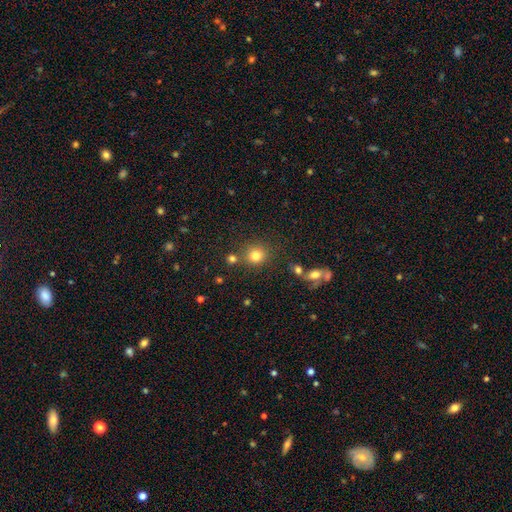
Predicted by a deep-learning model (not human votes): Morphology: type=smooth (80%); roundness=round (86%); merging=none (75%).